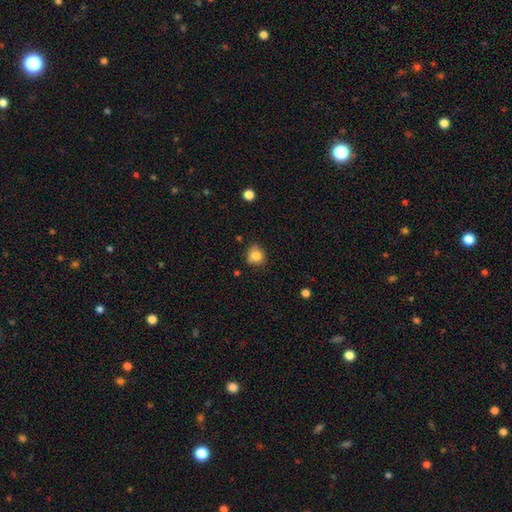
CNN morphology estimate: This is clearly a smooth galaxy (81%). How rounded: clearly round (83%). Merging: likely none (73%).